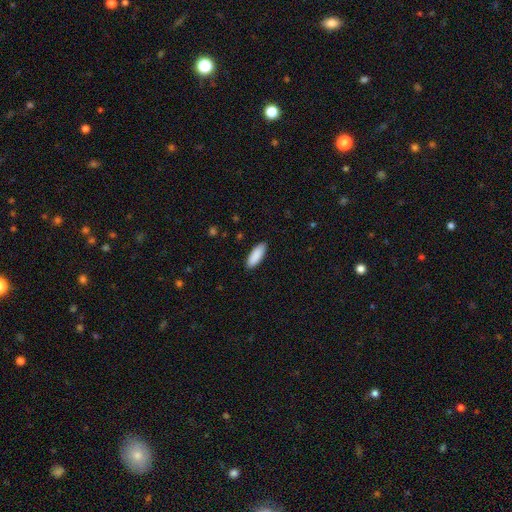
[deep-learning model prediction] smooth-or-featured: smooth: 90% | star or artifact: 5% | featured or disk: 4%
  how-rounded: in between: 68% | cigar-shaped: 30% | round: 1%
  merging: none: 89% | minor disturbance: 9% | major disturbance: 2% | merger: 1%